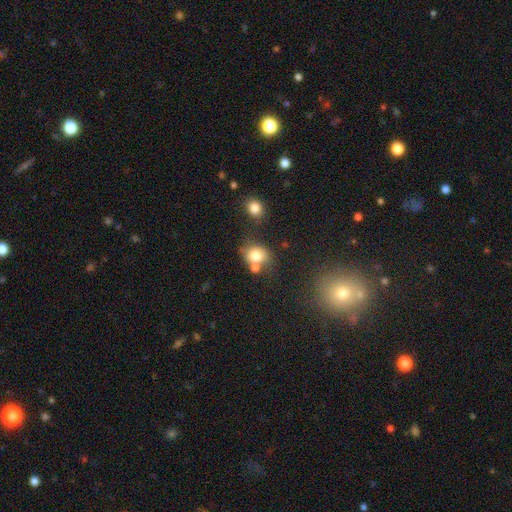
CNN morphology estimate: Overall: smooth (77%). How rounded: round (63%; in between 36%). Merging: none (52%; merger 29%).